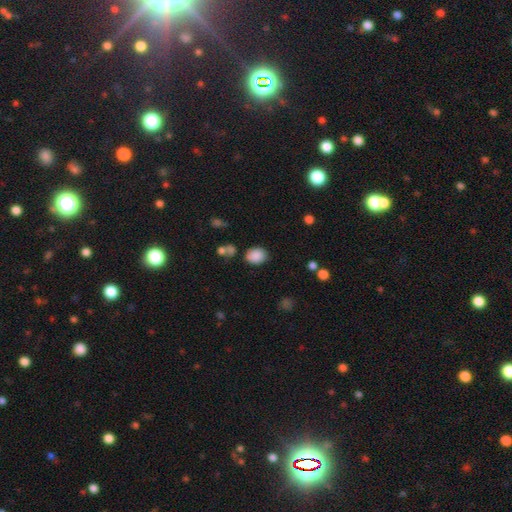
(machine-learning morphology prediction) Smooth or featured? smooth (86%)
How rounded? in between (56%)
Merging? none (76%)